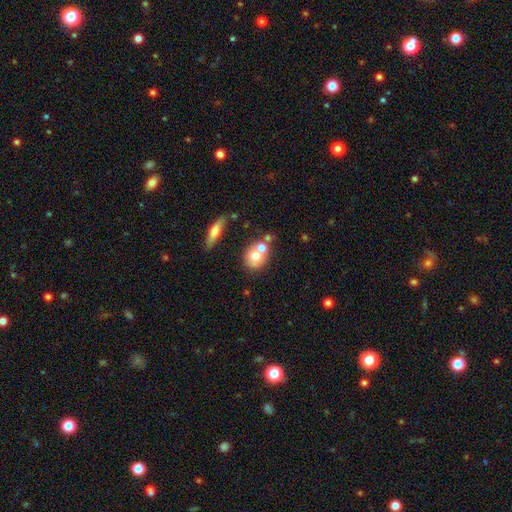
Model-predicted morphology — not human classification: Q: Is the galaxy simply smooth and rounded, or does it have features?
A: smooth — 65%.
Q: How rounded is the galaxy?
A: round — 73%.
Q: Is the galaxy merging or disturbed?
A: none — 44%.